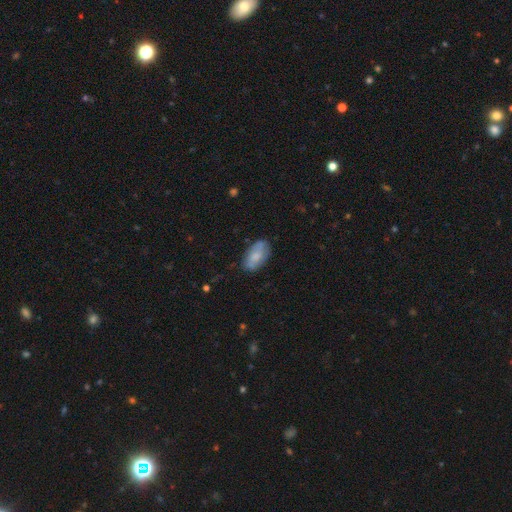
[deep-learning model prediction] This is likely a smooth galaxy (72%). How rounded: clearly in between (93%). Merging: likely none (74%).